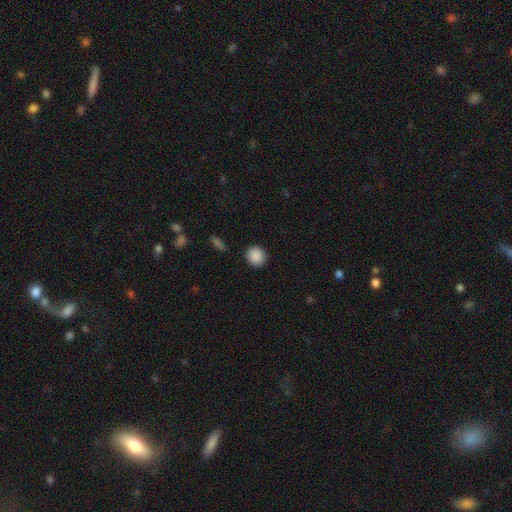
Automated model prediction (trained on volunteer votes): smooth 89%, star or artifact 8%, featured or disk 3%. Down the decision tree: how rounded — round (87%); merging — none (90%).